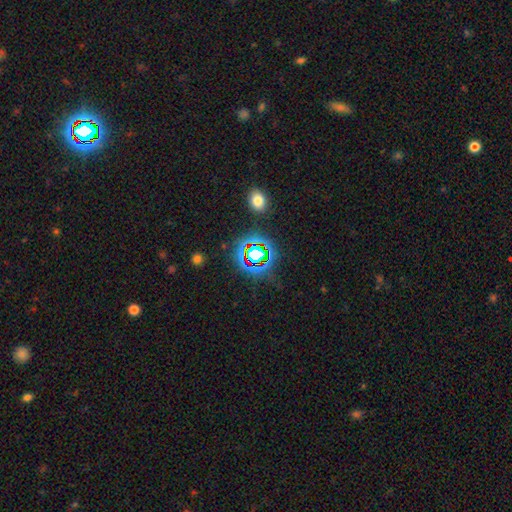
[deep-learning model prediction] A star or artifact, not a galaxy (72%).

Vote fractions:
- Smooth or featured? star or artifact: 72% / smooth: 17% / featured or disk: 11%